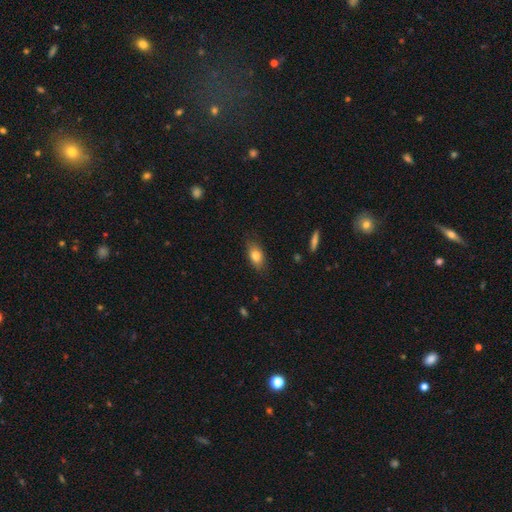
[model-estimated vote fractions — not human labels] The model was most divided on "smooth or featured": smooth: 80%, featured or disk: 12%, star or artifact: 8%. More confident: how rounded — in between (85%); merging — none (82%).